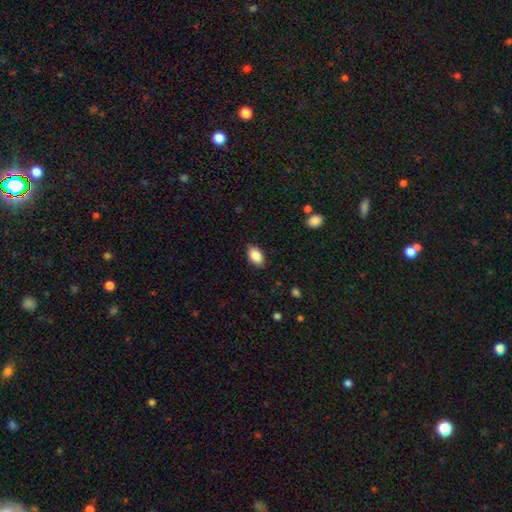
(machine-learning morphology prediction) smooth_or_featured: smooth (p=0.88) [alt: star or artifact p=0.07]
how_rounded: in between (p=0.92) [alt: round p=0.06]
merging: none (p=0.86) [alt: minor disturbance p=0.11]